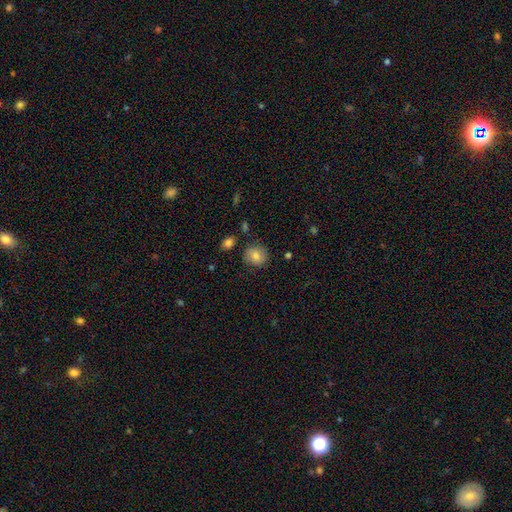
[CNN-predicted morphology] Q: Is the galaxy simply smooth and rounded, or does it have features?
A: smooth — 80%.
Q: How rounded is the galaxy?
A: round — 77%.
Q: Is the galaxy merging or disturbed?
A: none — 82%.